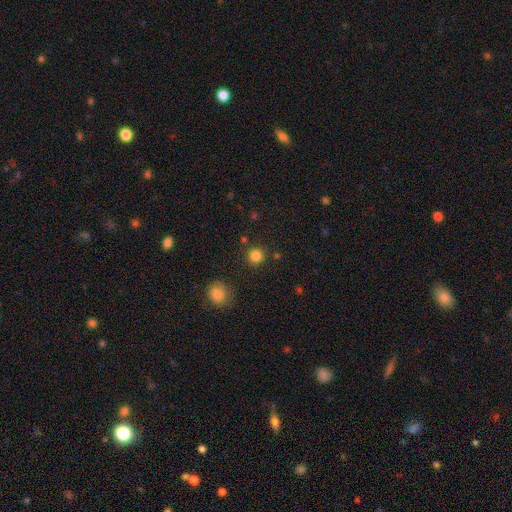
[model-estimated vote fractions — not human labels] Smooth or featured?
  - smooth: 83% *
  - star or artifact: 12%
  - featured or disk: 4%
How rounded?
  - round: 94% *
  - in between: 5%
  - cigar-shaped: 1%
Merging?
  - none: 88% *
  - minor disturbance: 6%
  - merger: 3%
  - major disturbance: 2%